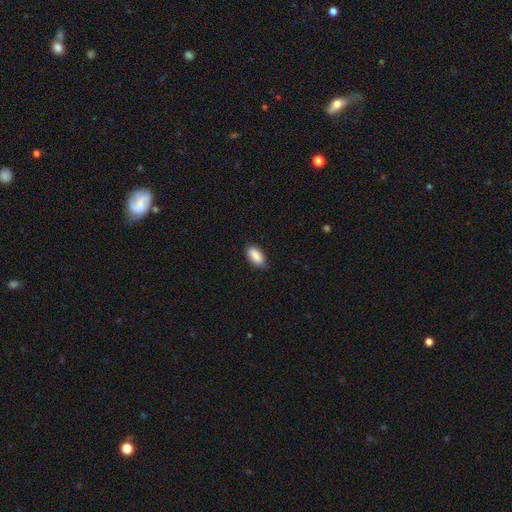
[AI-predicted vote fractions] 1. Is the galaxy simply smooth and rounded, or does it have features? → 89% smooth, 6% star or artifact, 5% featured or disk.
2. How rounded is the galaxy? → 91% in between, 7% cigar-shaped, 3% round.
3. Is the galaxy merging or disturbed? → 83% none, 14% minor disturbance, 2% major disturbance, 1% merger.